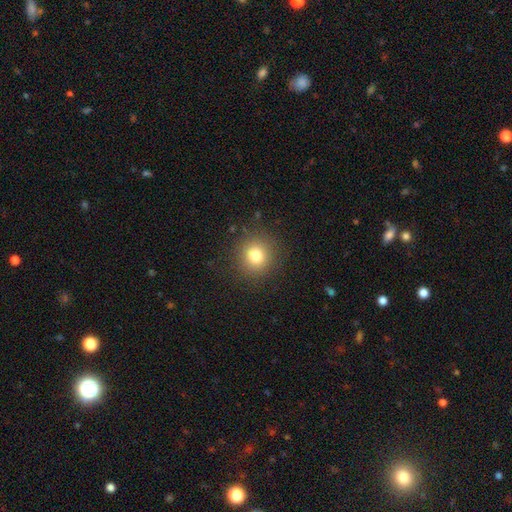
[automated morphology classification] Q: Smooth or featured?
A: smooth (79%); runner-up: star or artifact (13%)
Q: How rounded?
A: round (92%); runner-up: in between (7%)
Q: Merging?
A: none (89%); runner-up: minor disturbance (7%)